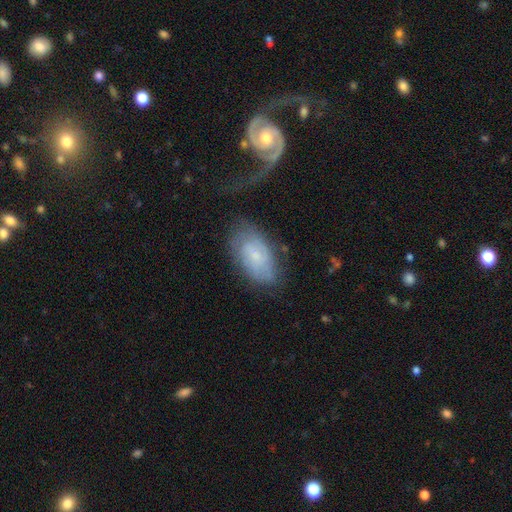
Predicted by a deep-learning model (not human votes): Q: Smooth or featured?
A: featured or disk (50%); runner-up: smooth (41%)
Q: Edge-on disk?
A: no (93%); runner-up: yes (7%)
Q: Merging?
A: none (55%); runner-up: minor disturbance (24%)